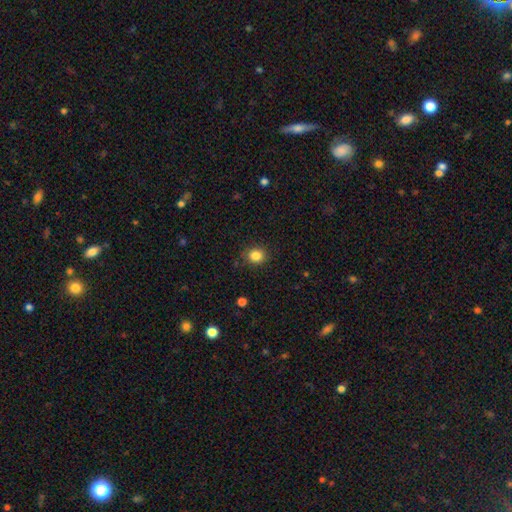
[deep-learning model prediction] A smooth galaxy with no disk features (85%) that is round (76%). Merging: none (86%).